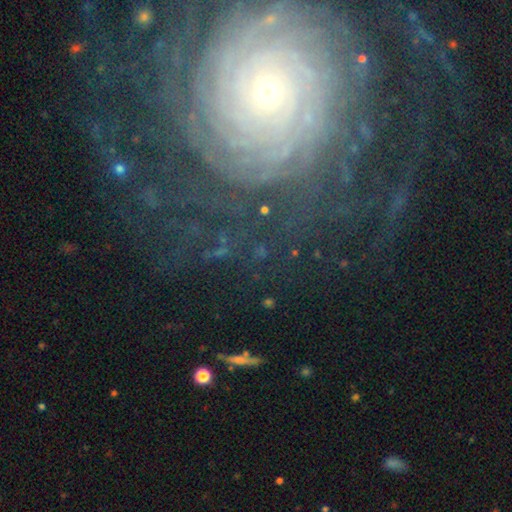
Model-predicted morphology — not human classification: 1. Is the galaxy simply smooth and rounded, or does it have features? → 82% featured or disk, 11% star or artifact, 7% smooth.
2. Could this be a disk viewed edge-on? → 97% no, 3% yes.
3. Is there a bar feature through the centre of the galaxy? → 77% no, 15% weak, 8% strong.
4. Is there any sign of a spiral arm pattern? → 96% yes, 4% no.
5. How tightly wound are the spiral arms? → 84% tight, 12% medium, 4% loose.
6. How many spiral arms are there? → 32% more than 4, 26% can't tell, 12% 4, 11% 2, 10% 3, 9% 1.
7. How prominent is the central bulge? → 73% small, 22% moderate, 2% large, 1% dominant, 1% none.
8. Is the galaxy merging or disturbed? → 78% none, 10% minor disturbance, 10% major disturbance, 2% merger.